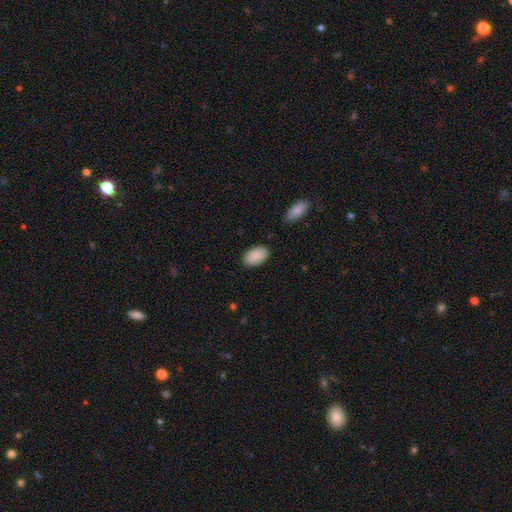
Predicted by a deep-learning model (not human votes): A smooth galaxy with no disk features (89%) that is in between round and cigar-shaped (92%).

Vote fractions:
- Smooth or featured? smooth: 89% / star or artifact: 6% / featured or disk: 4%
- How rounded? in between: 92% / round: 6% / cigar-shaped: 1%
- Merging? none: 86% / minor disturbance: 10% / major disturbance: 2% / merger: 2%